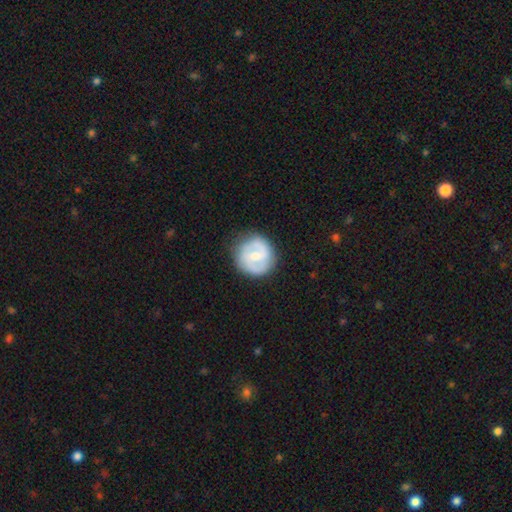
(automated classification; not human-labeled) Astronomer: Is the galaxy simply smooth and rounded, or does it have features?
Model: featured or disk — 62%.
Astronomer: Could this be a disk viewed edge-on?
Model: no — 98%.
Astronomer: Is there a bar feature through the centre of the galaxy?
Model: weak — 50% (runner-up: no, 32%).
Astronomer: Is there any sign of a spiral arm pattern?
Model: yes — 69%.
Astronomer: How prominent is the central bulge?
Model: moderate — 56% (runner-up: small, 38%).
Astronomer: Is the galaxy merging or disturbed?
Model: none — 82%.